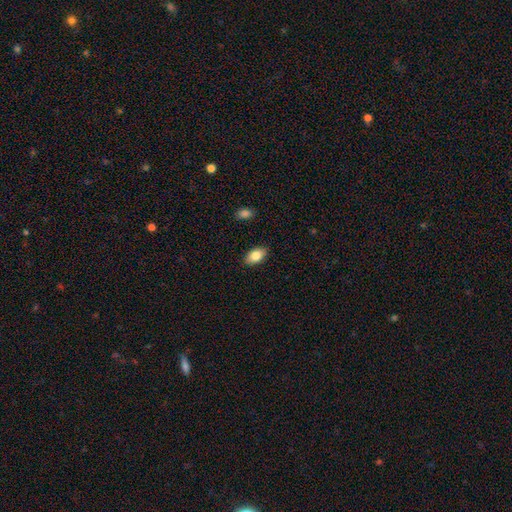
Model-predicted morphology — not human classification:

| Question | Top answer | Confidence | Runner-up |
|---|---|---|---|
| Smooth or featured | smooth | 83% | featured or disk (9%) |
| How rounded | in between | 91% | round (7%) |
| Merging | none | 88% | minor disturbance (9%) |